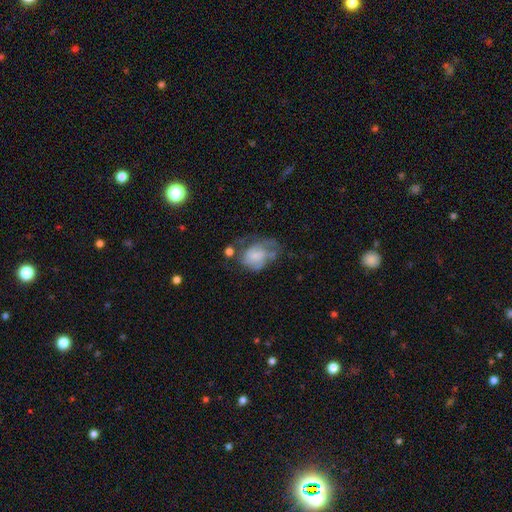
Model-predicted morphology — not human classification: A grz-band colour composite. It shows a featured or disk galaxy (59%) with no bar (64%), spiral arms (73%) and a small central bulge (42%). Merging: major disturbance (38%).